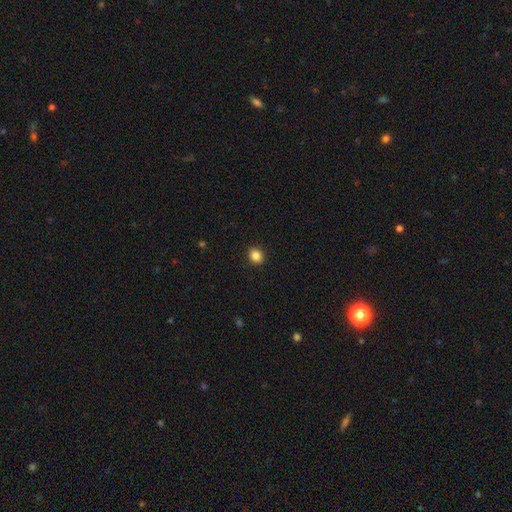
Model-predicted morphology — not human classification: Q: Smooth or featured?
A: smooth (86%); runner-up: star or artifact (10%)
Q: How rounded?
A: round (69%); runner-up: in between (30%)
Q: Merging?
A: none (92%); runner-up: minor disturbance (5%)